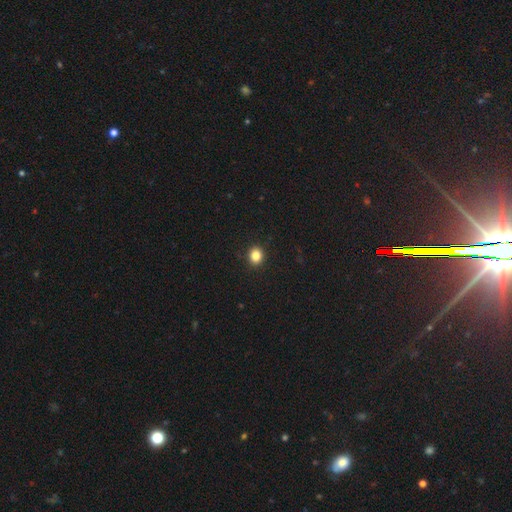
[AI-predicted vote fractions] smooth 84%, star or artifact 11%, featured or disk 4%. Down the decision tree: how rounded — round (81%); merging — none (92%).